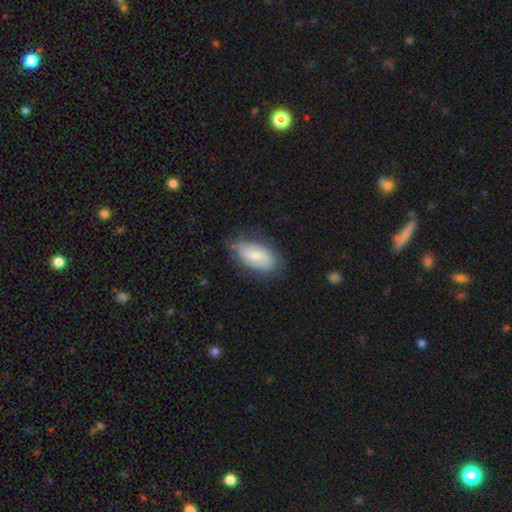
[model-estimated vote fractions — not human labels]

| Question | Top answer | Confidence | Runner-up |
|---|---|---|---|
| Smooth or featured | featured or disk | 47% | smooth (46%) |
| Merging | none | 67% | minor disturbance (24%) |